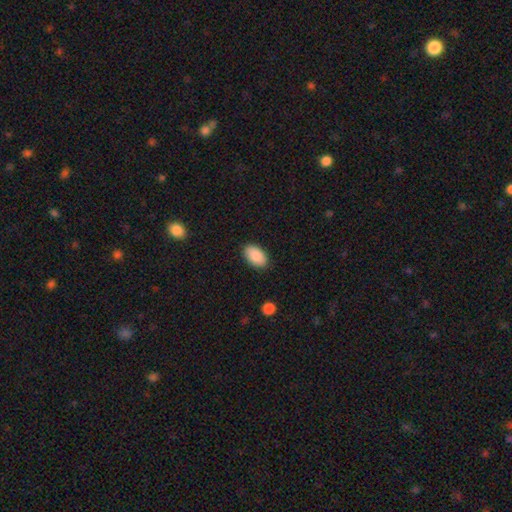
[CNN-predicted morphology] Q: Smooth or featured?
A: smooth (91%); runner-up: star or artifact (6%)
Q: How rounded?
A: in between (94%); runner-up: round (4%)
Q: Merging?
A: none (88%); runner-up: minor disturbance (9%)